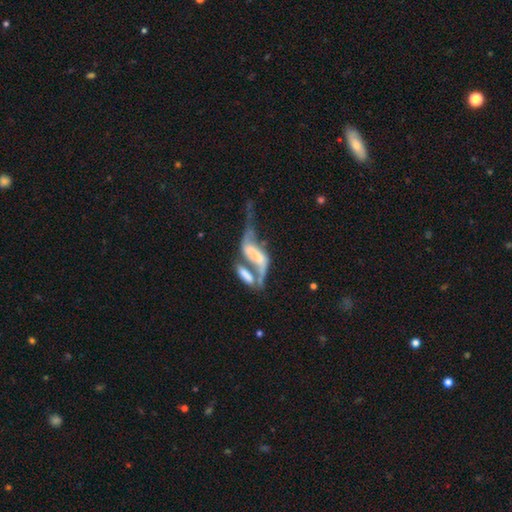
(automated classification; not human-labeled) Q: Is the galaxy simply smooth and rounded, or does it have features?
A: featured or disk — 66%.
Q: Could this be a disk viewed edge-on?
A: no — 85%.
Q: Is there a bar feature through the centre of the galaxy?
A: no — 45%.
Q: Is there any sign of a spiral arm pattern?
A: yes — 66%.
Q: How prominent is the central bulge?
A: none — 46%.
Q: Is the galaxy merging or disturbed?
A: merger — 58%.